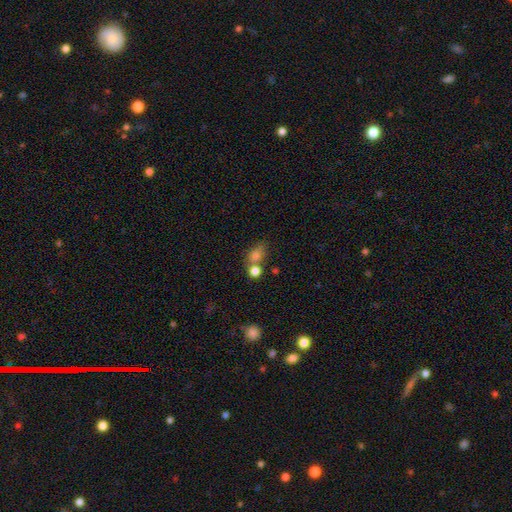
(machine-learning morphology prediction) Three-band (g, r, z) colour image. It shows a smooth galaxy with no disk features (77%) that is in between round and cigar-shaped (61%). Merging: none (44%).